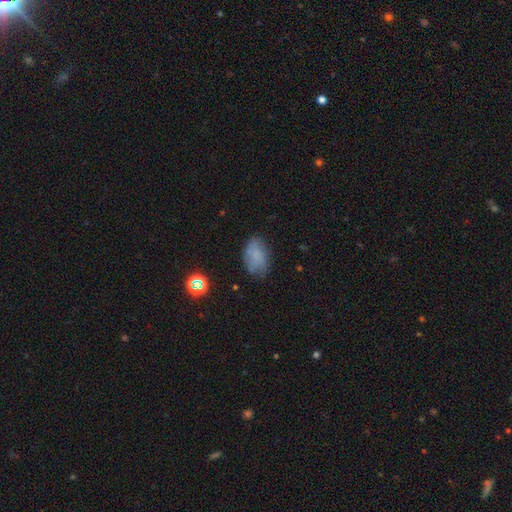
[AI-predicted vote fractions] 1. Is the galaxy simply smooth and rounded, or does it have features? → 71% smooth, 16% featured or disk, 13% star or artifact.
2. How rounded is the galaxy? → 89% in between, 10% round, 2% cigar-shaped.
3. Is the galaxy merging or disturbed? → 67% none, 23% minor disturbance, 8% major disturbance, 2% merger.